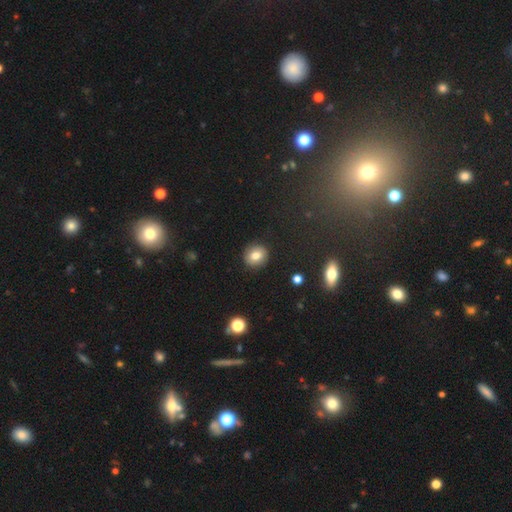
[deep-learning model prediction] Q: Smooth or featured?
A: smooth (78%); runner-up: featured or disk (11%)
Q: How rounded?
A: round (81%); runner-up: in between (18%)
Q: Merging?
A: none (90%); runner-up: minor disturbance (7%)